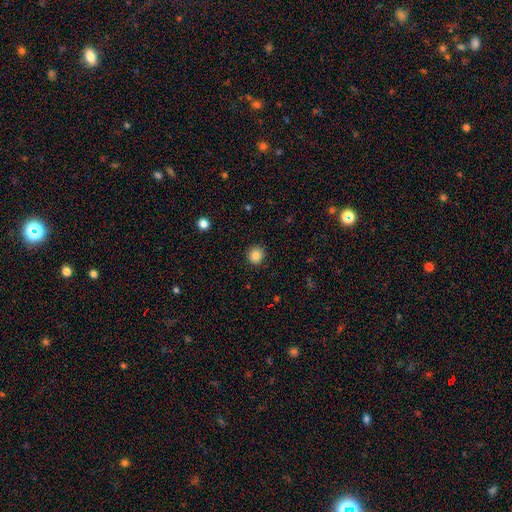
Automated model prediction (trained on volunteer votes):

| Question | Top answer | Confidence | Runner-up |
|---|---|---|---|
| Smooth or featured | smooth | 85% | star or artifact (11%) |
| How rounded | round | 92% | in between (7%) |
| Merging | none | 90% | minor disturbance (7%) |